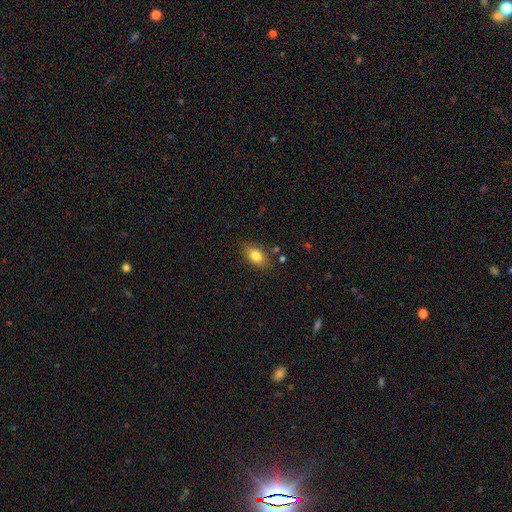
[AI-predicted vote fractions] Q: Smooth or featured?
A: smooth (82%); runner-up: featured or disk (10%)
Q: How rounded?
A: in between (87%); runner-up: round (9%)
Q: Merging?
A: none (82%); runner-up: minor disturbance (12%)